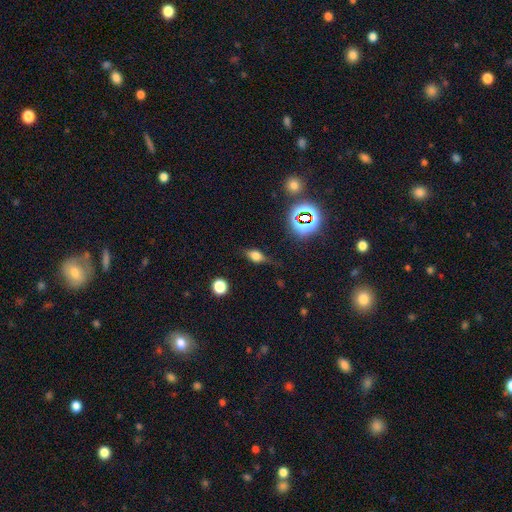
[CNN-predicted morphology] Smooth or featured? smooth (59%)
How rounded? in between (70%)
Merging? none (72%)